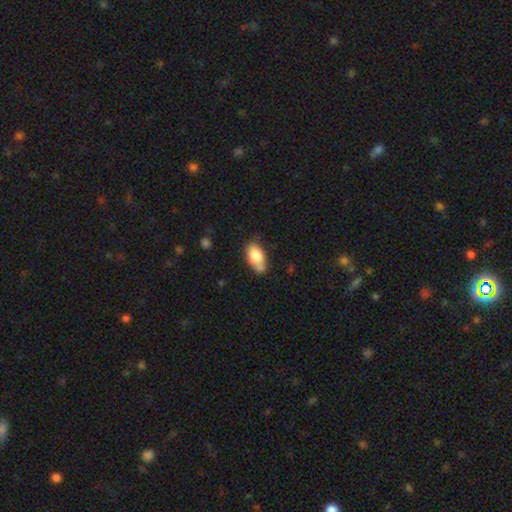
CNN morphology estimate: Smooth or featured: smooth — 78% (featured or disk — 15%)
How rounded: in between — 91% (round — 6%)
Merging: none — 54% (minor disturbance — 28%)